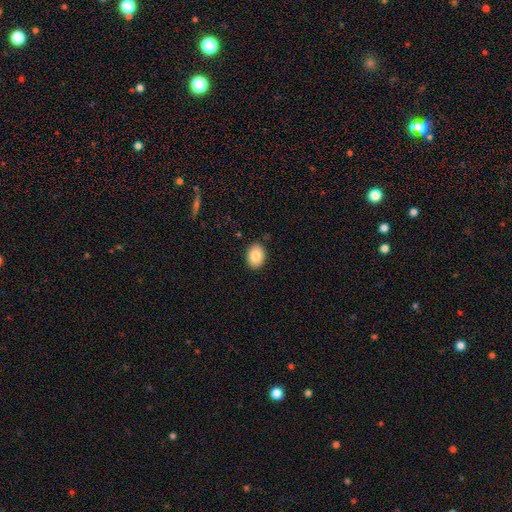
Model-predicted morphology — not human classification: smooth-or-featured: smooth: 84% | featured or disk: 8% | star or artifact: 8%
  how-rounded: in between: 71% | round: 28% | cigar-shaped: 1%
  merging: none: 88% | minor disturbance: 9% | major disturbance: 2% | merger: 1%